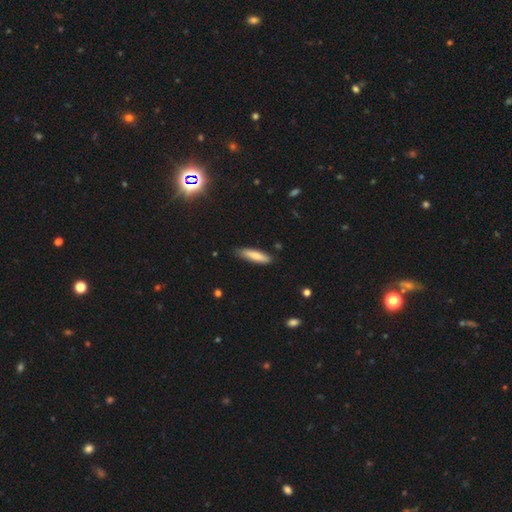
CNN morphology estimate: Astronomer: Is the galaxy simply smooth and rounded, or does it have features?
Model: smooth — 75%.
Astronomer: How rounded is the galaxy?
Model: cigar-shaped — 75%.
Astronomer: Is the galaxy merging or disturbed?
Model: none — 81%.